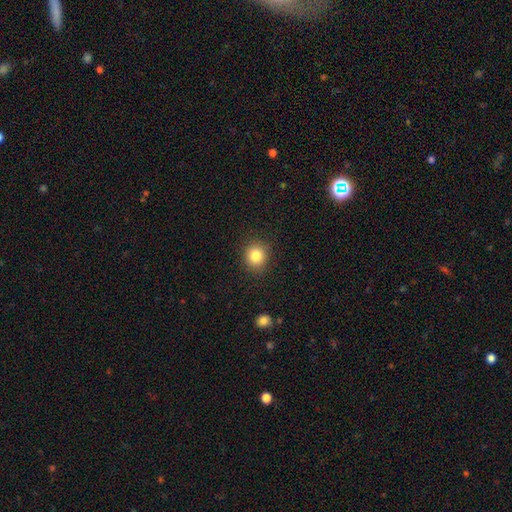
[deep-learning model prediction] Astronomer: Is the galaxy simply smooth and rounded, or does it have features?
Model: smooth — 83%.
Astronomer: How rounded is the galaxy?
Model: round — 82%.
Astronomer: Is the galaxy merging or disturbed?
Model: none — 87%.